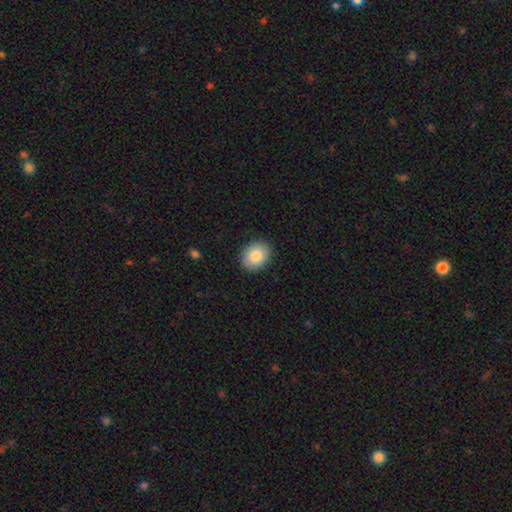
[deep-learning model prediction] smooth_or_featured: smooth (p=0.85) [alt: featured or disk p=0.07]
how_rounded: in between (p=0.50) [alt: round p=0.49]
merging: none (p=0.89) [alt: minor disturbance p=0.08]